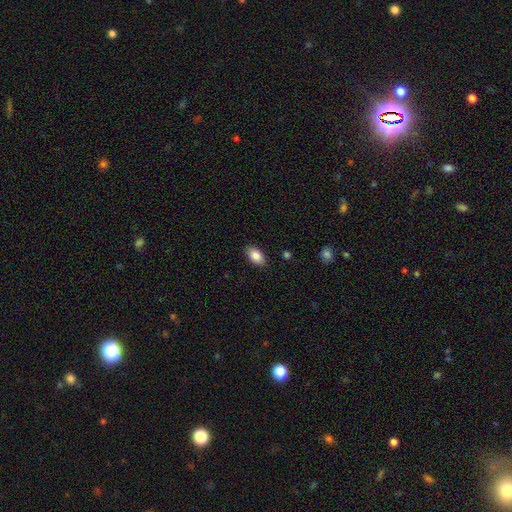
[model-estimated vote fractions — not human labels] A smooth galaxy with no disk features (86%) that is in between round and cigar-shaped (92%). Merging: none (87%).